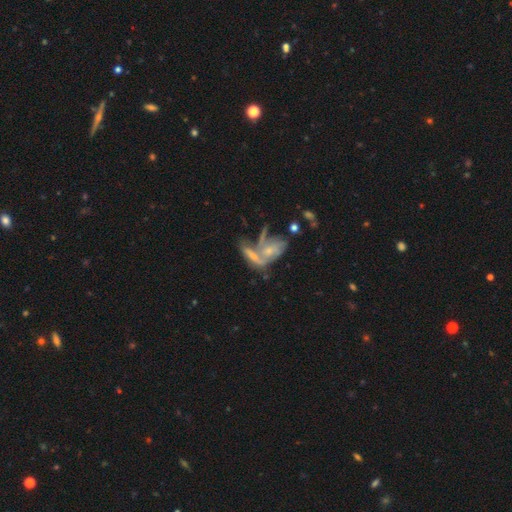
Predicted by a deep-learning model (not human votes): smooth-or-featured: featured or disk: 58% | smooth: 32% | star or artifact: 10%
  disk-edge-on: no: 79% | yes: 21%
  merging: merger: 54% | none: 26% | minor disturbance: 11% | major disturbance: 9%